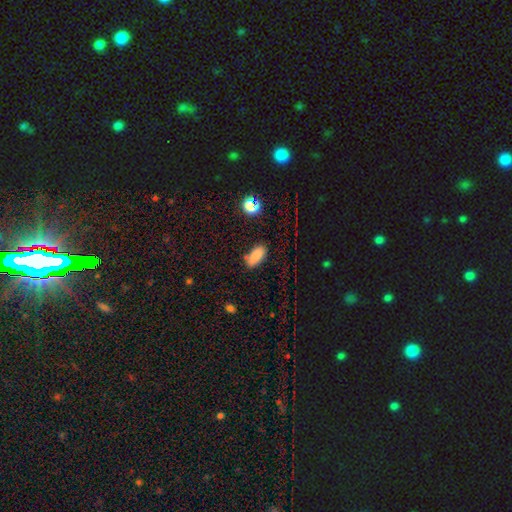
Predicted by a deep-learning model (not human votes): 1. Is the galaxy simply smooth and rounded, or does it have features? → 83% smooth, 11% star or artifact, 6% featured or disk.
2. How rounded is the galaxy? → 85% in between, 12% cigar-shaped, 4% round.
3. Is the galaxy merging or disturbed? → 76% none, 16% minor disturbance, 4% merger, 4% major disturbance.